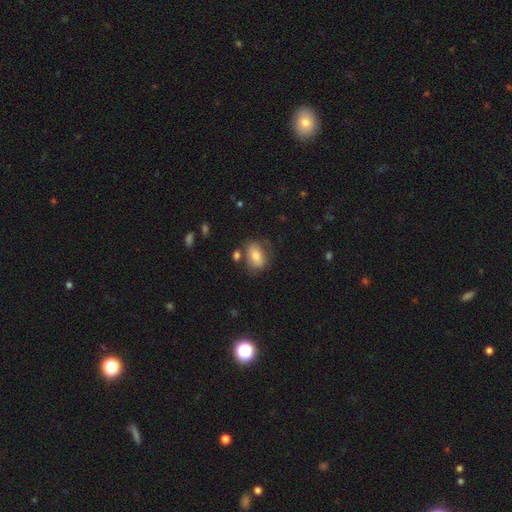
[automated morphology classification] Q: Smooth or featured?
A: smooth (72%); runner-up: featured or disk (20%)
Q: How rounded?
A: in between (83%); runner-up: round (14%)
Q: Merging?
A: none (64%); runner-up: minor disturbance (20%)